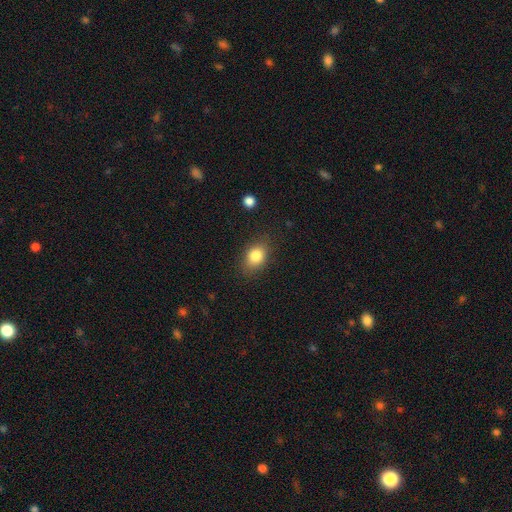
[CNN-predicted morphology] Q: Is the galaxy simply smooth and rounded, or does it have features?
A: smooth — 82%.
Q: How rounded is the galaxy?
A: in between — 69%.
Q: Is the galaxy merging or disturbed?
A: none — 82%.